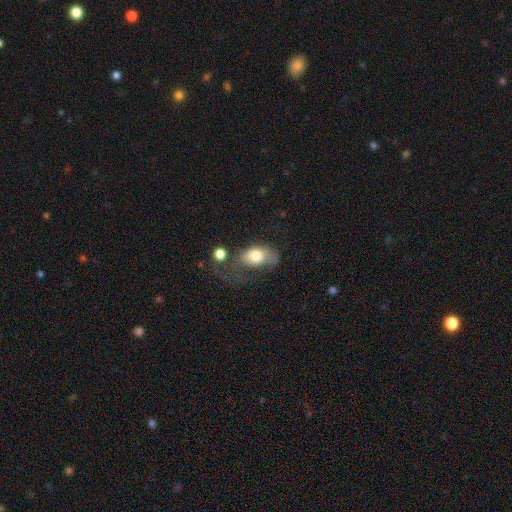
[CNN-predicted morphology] smooth 73%, featured or disk 19%, star or artifact 8%. Down the decision tree: how rounded — in between (84%); merging — major disturbance (42%).